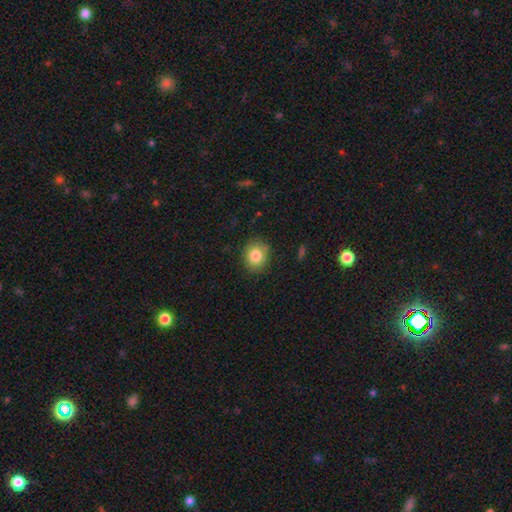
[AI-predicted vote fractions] The model was most divided on "how rounded": round: 66%, in between: 33%, cigar-shaped: 1%. More confident: merging — none (84%); smooth or featured — smooth (83%).